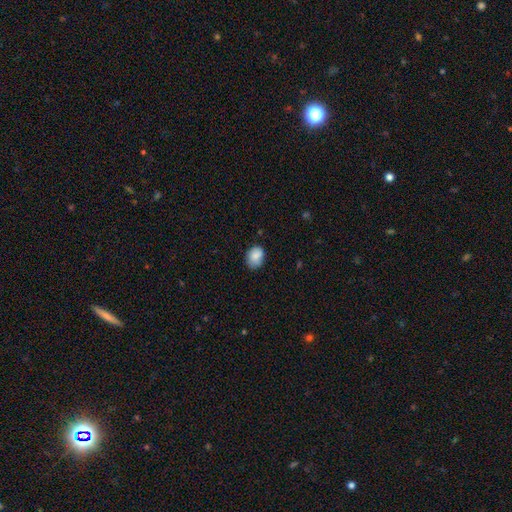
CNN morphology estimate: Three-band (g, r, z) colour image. It shows a smooth galaxy with no disk features (85%) that is in between round and cigar-shaped (65%). Merging: none (70%).